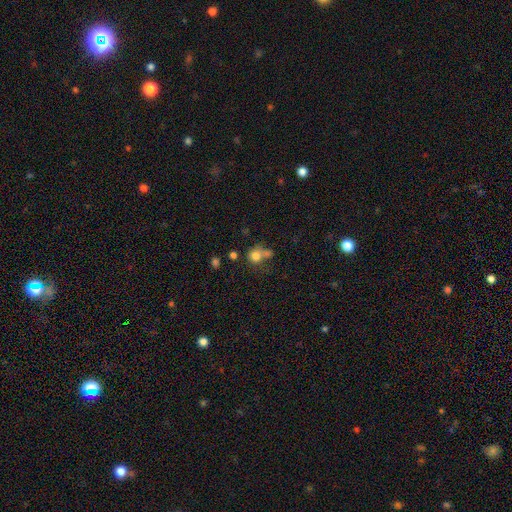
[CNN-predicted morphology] smooth_or_featured: smooth (p=0.76) [alt: star or artifact p=0.12]
how_rounded: round (p=0.74) [alt: in between p=0.24]
merging: none (p=0.39) [alt: merger p=0.33]